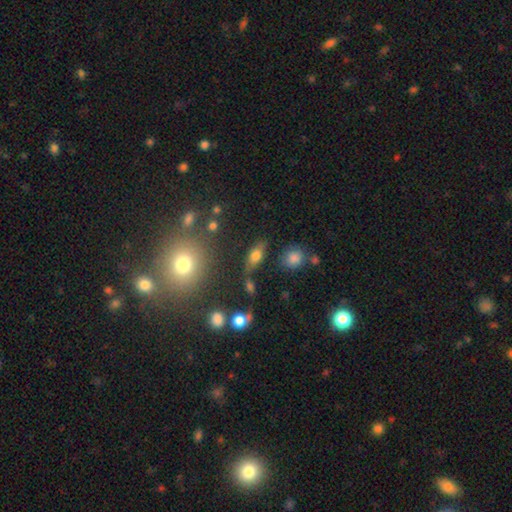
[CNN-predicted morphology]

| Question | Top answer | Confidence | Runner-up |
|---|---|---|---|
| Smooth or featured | smooth | 70% | featured or disk (19%) |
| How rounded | in between | 79% | cigar-shaped (11%) |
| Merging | none | 67% | minor disturbance (17%) |